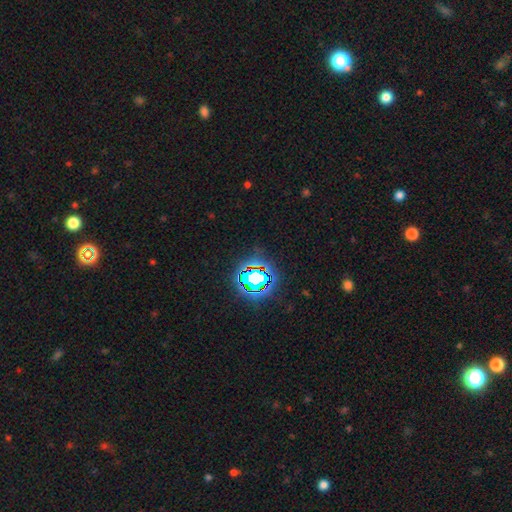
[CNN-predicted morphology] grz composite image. It shows a star or artifact, not a galaxy (82%).